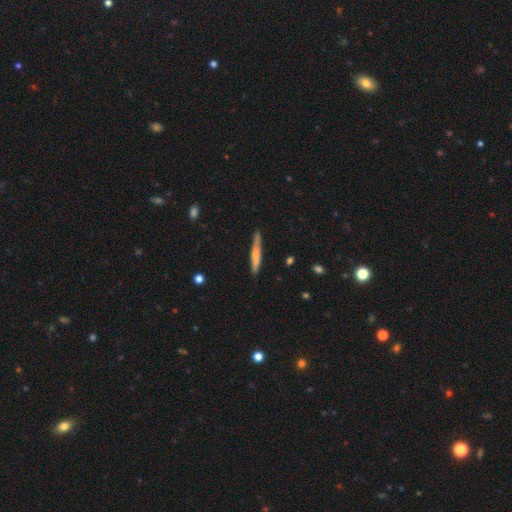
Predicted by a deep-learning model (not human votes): Overall: smooth (60%; featured or disk 34%). How rounded: cigar-shaped (94%). Merging: none (82%).